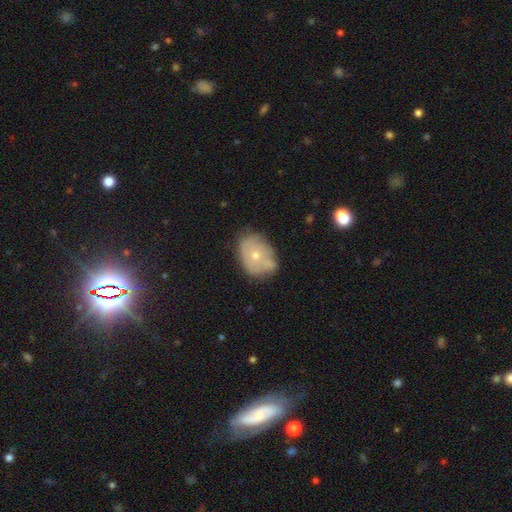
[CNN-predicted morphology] Smooth or featured: smooth — 49% (featured or disk — 42%)
Merging: none — 53% (minor disturbance — 31%)